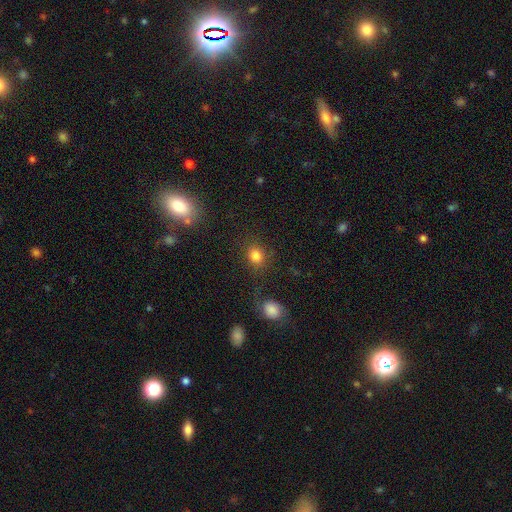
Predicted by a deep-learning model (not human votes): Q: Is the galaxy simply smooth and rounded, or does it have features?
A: smooth — 82%.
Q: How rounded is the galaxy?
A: round — 68%.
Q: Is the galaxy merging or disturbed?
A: none — 75%.